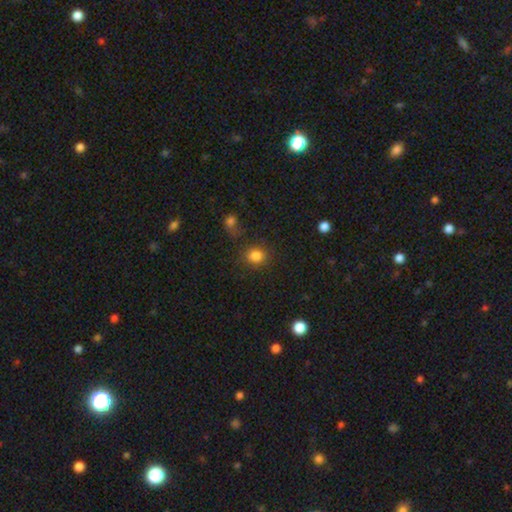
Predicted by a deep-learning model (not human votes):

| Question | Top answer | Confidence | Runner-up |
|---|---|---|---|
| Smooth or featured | smooth | 83% | star or artifact (12%) |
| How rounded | round | 68% | in between (31%) |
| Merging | none | 77% | minor disturbance (12%) |